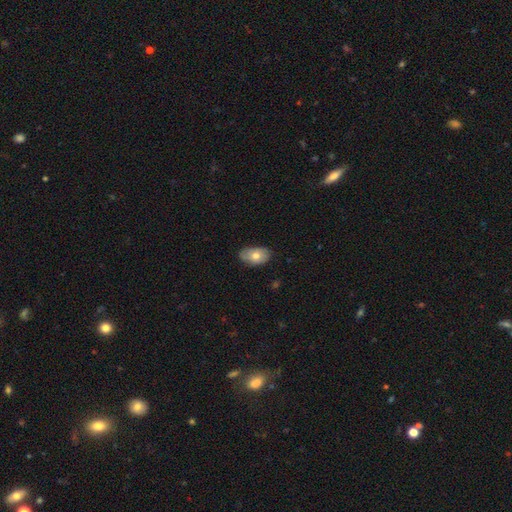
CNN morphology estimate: This is likely a smooth galaxy (70%). How rounded: clearly in between (90%). Merging: likely none (74%).